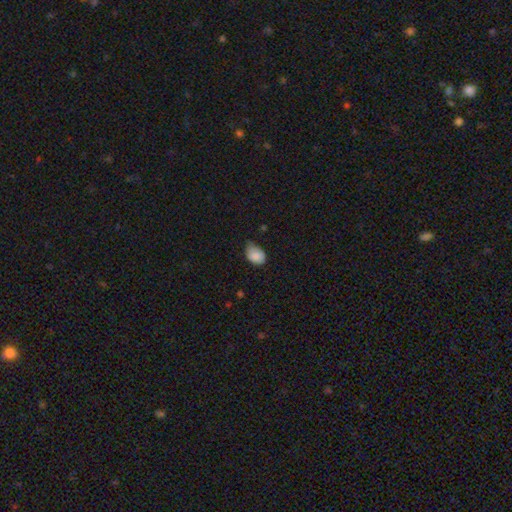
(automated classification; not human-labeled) Smooth or featured? smooth (86%)
How rounded? in between (75%)
Merging? minor disturbance (47%)